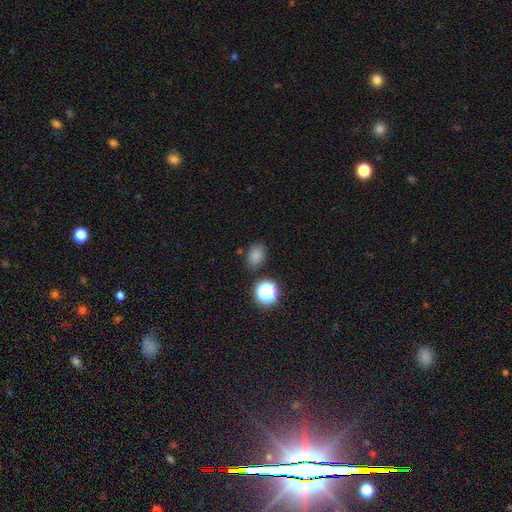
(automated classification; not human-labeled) Overall: smooth (79%). How rounded: in between (73%). Merging: none (78%).